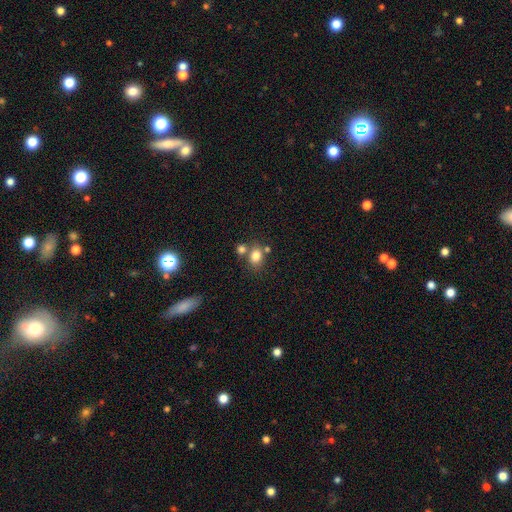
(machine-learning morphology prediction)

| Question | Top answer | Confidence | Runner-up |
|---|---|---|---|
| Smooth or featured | smooth | 80% | star or artifact (12%) |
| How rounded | in between | 53% | round (46%) |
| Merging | none | 56% | merger (26%) |